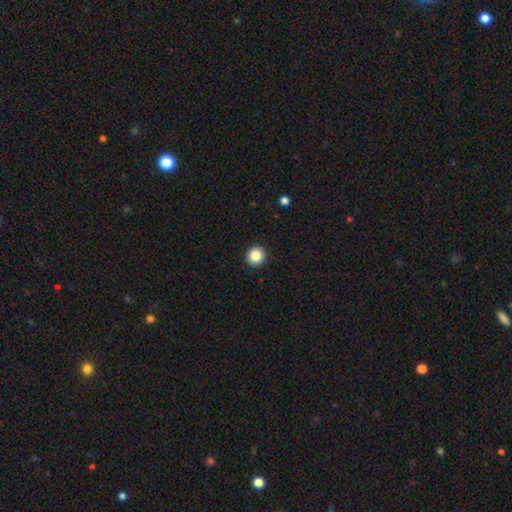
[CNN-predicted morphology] smooth_or_featured: smooth (p=0.86) [alt: star or artifact p=0.09]
how_rounded: round (p=0.92) [alt: in between p=0.07]
merging: none (p=0.92) [alt: minor disturbance p=0.05]